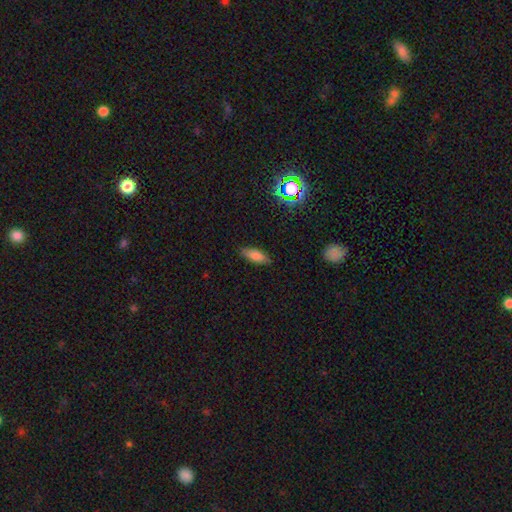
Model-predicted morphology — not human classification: Smooth or featured?
  - smooth: 77% *
  - featured or disk: 12%
  - star or artifact: 10%
How rounded?
  - in between: 69% *
  - cigar-shaped: 28%
  - round: 2%
Merging?
  - none: 85% *
  - minor disturbance: 12%
  - major disturbance: 2%
  - merger: 1%